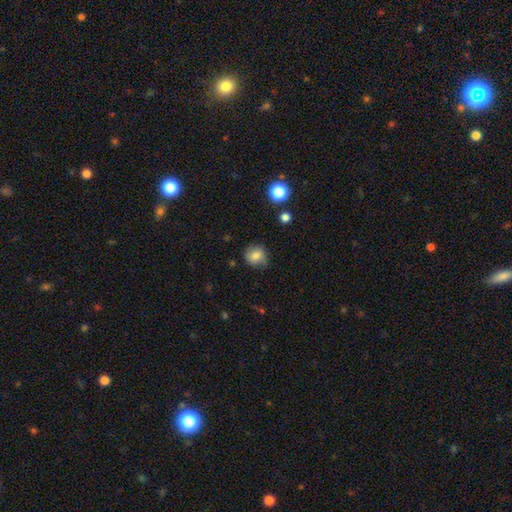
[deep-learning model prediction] Smooth or featured? Predicted: smooth (p=0.82). How rounded? Predicted: round (p=0.84). Merging? Predicted: none (p=0.79).